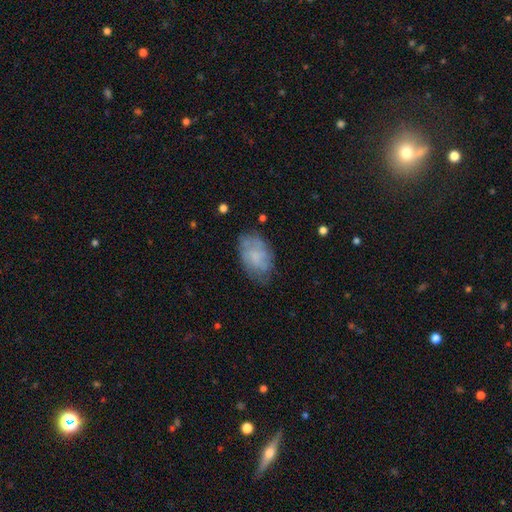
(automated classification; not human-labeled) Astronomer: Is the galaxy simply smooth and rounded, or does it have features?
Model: smooth — 60%.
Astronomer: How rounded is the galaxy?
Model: in between — 90%.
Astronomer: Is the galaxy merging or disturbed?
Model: none — 66%.